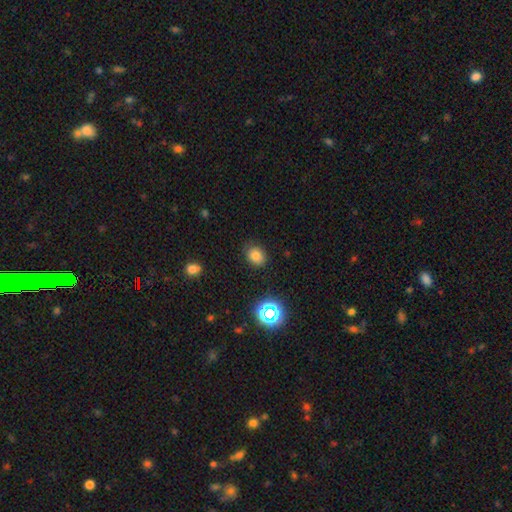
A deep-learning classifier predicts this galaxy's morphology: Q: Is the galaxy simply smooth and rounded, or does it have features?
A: smooth — 77%.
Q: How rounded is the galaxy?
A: round — 59%.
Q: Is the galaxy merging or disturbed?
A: none — 80%.